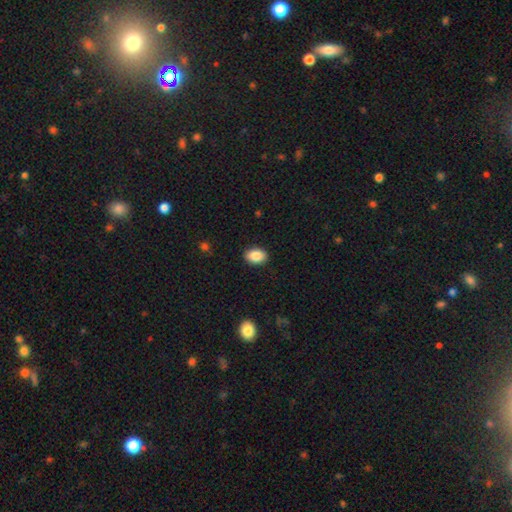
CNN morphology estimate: smooth 88%, star or artifact 8%, featured or disk 4%. Down the decision tree: how rounded — in between (82%); merging — none (90%).